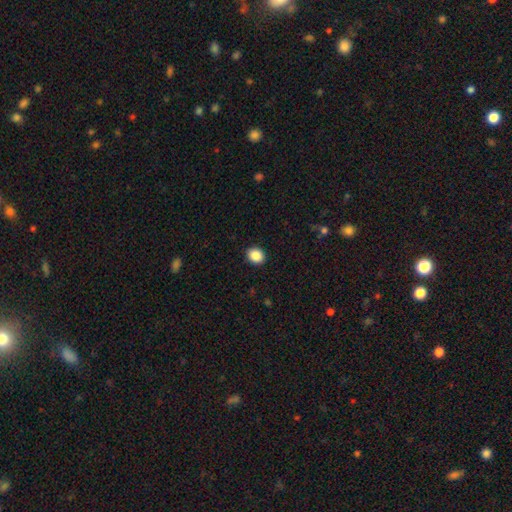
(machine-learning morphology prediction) This is clearly a smooth galaxy (88%). How rounded: possibly round (59%). Merging: clearly none (91%).